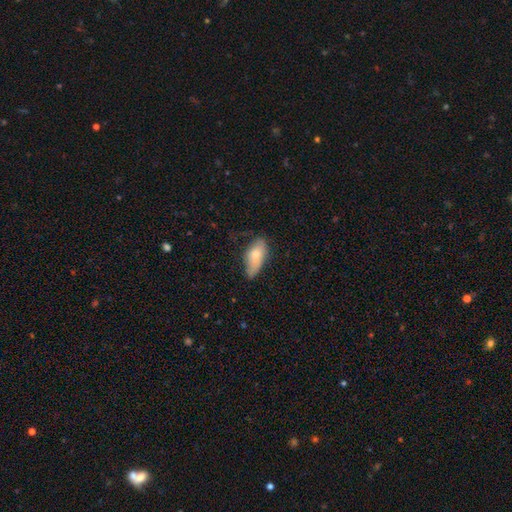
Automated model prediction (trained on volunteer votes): Smooth or featured? smooth (75%)
How rounded? in between (87%)
Merging? none (50%)